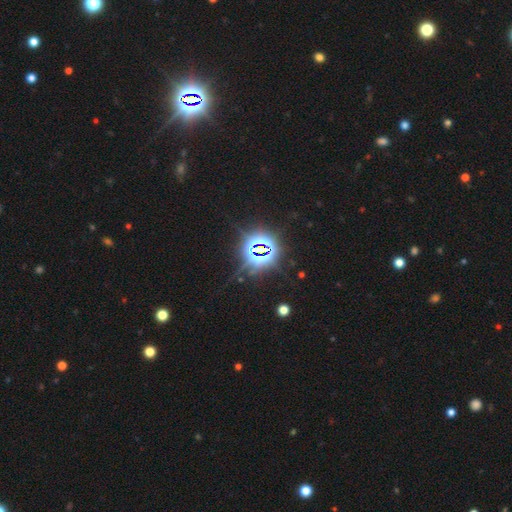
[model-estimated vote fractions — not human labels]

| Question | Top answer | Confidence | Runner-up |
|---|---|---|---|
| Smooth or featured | star or artifact | 84% | smooth (9%) |